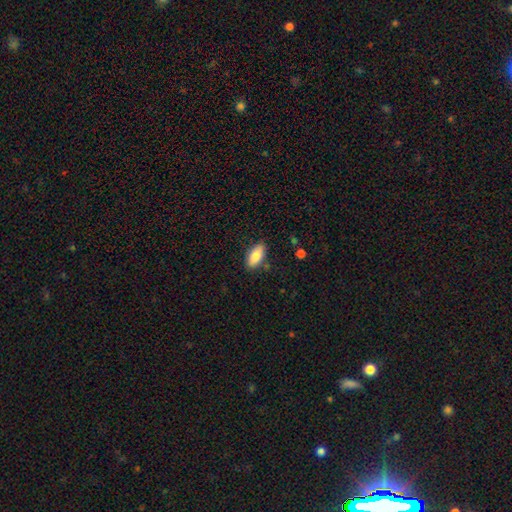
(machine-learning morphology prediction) This is clearly a smooth galaxy (82%). How rounded: clearly in between (88%). Merging: clearly none (83%).